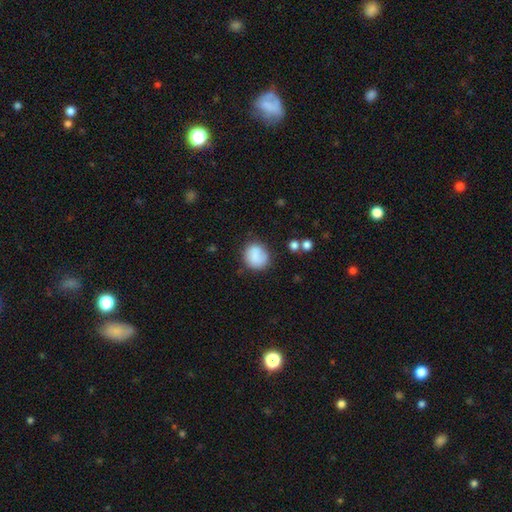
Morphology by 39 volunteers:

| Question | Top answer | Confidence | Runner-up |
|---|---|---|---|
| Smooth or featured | smooth | 87% | star or artifact (8%) |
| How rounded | round | 71% | in between (29%) |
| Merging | none | 67% | minor disturbance (31%) |